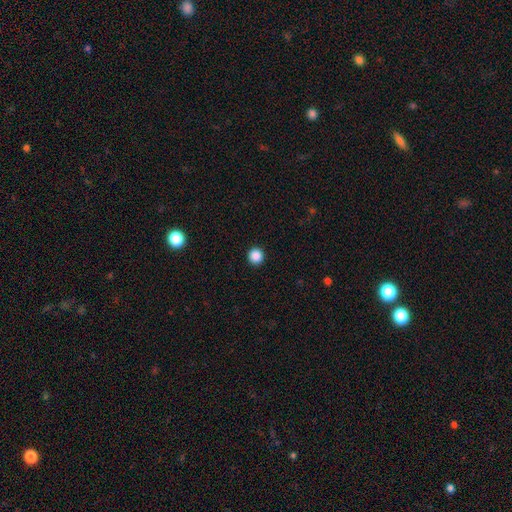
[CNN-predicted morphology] Overall: smooth (88%). How rounded: round (95%). Merging: none (94%).